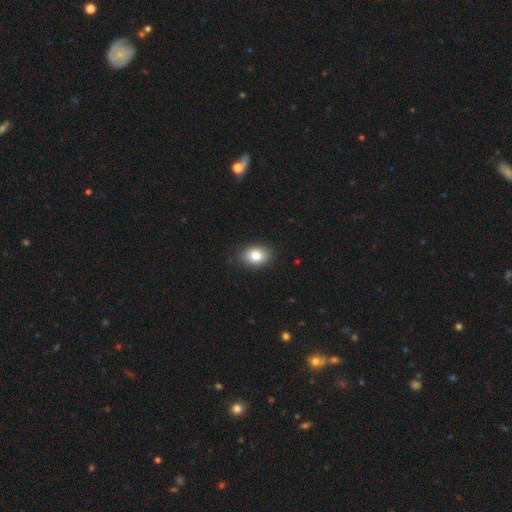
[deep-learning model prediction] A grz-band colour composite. It shows a smooth galaxy with no disk features (84%) that is in between round and cigar-shaped (70%). Merging: none (85%).